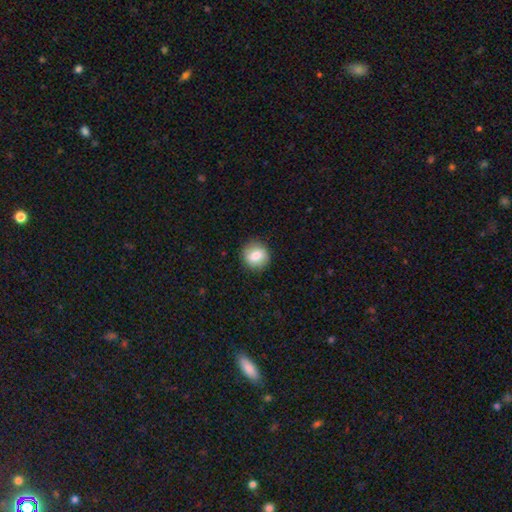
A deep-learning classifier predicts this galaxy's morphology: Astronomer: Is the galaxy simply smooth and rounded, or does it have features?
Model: smooth — 80%.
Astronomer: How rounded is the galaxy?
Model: round — 82%.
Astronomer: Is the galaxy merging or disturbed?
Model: none — 88%.